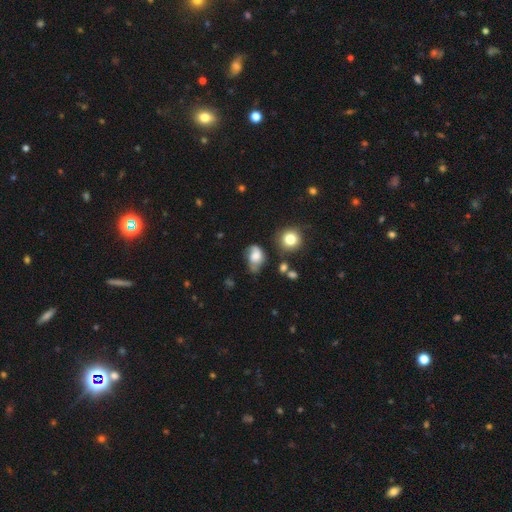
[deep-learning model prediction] A smooth galaxy with no disk features (58%) that is in between round and cigar-shaped (74%).

Vote fractions:
- Smooth or featured? smooth: 58% / featured or disk: 31% / star or artifact: 10%
- How rounded? in between: 74% / round: 24% / cigar-shaped: 2%
- Merging? none: 38% / minor disturbance: 34% / major disturbance: 23% / merger: 6%